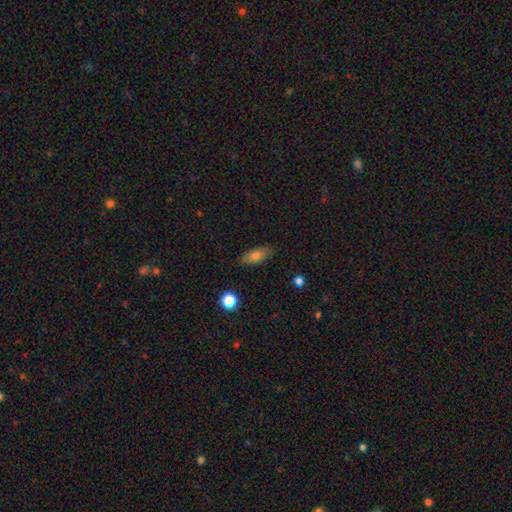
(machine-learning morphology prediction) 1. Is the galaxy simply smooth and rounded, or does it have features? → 74% smooth, 17% featured or disk, 8% star or artifact.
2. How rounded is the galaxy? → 79% in between, 17% cigar-shaped, 4% round.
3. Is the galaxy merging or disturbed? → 85% none, 11% minor disturbance, 2% major disturbance, 1% merger.